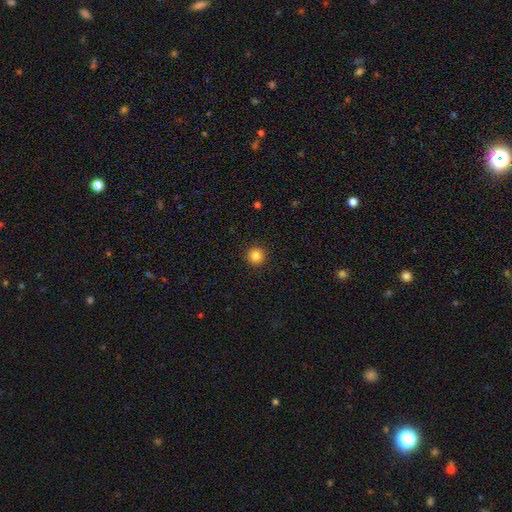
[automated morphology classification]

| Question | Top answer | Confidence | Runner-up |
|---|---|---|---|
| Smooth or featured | smooth | 85% | star or artifact (11%) |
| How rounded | round | 95% | in between (4%) |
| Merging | none | 93% | minor disturbance (5%) |